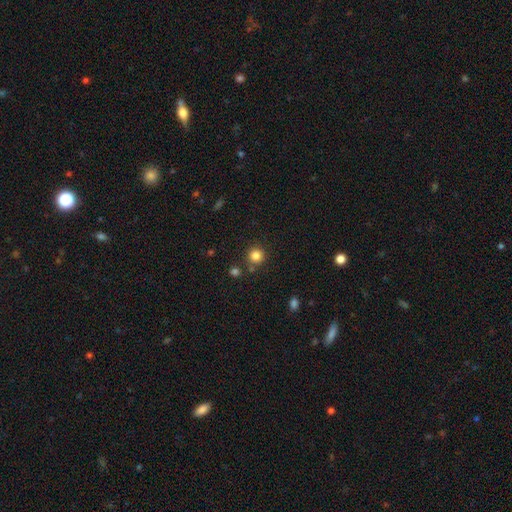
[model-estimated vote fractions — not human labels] A smooth galaxy with no disk features (83%) that is round (93%). Merging: none (82%).